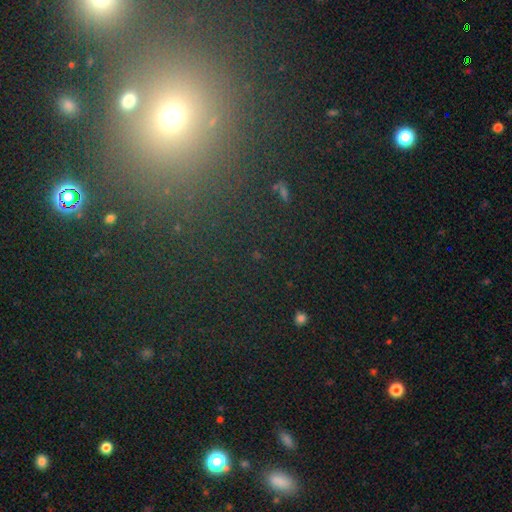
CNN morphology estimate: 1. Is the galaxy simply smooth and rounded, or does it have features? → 52% star or artifact, 38% smooth, 10% featured or disk.